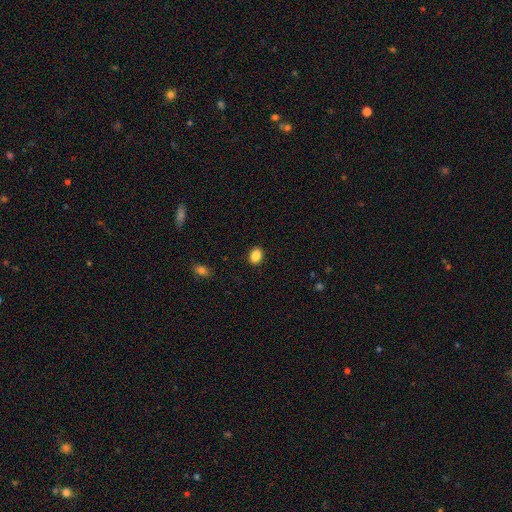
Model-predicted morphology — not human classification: Smooth or featured? smooth (87%)
How rounded? in between (61%)
Merging? none (90%)